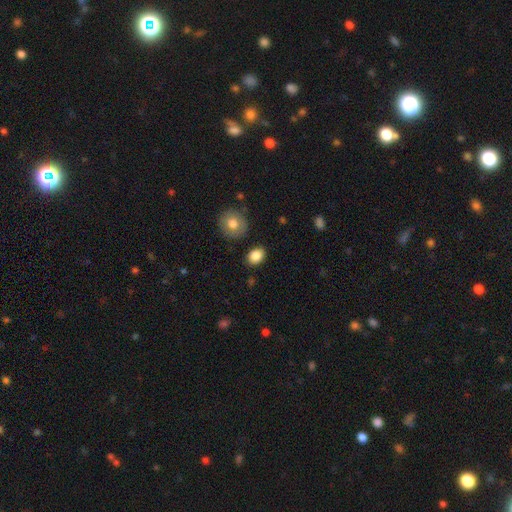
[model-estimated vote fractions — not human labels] Smooth or featured?
  - smooth: 86% *
  - star or artifact: 8%
  - featured or disk: 6%
How rounded?
  - in between: 68% *
  - round: 31%
  - cigar-shaped: 1%
Merging?
  - none: 86% *
  - minor disturbance: 9%
  - major disturbance: 3%
  - merger: 2%